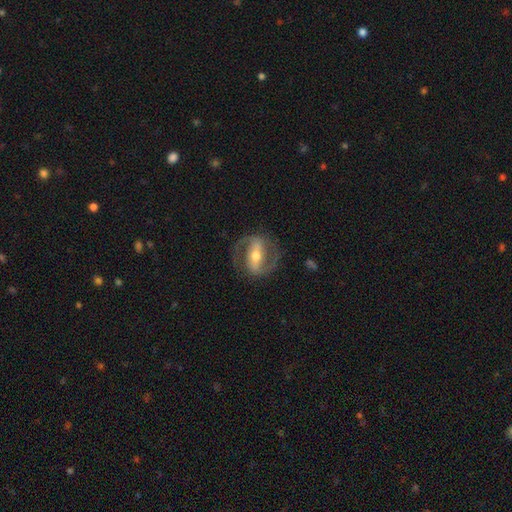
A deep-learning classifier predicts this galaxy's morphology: featured or disk 86%, smooth 9%, star or artifact 4%. Down the decision tree: edge-on disk — no (95%); bar — strong (64%); spiral arms — yes (91%); spiral arm count — 2 (91%); spiral winding — medium (55%); bulge size — moderate (66%); merging — none (80%).